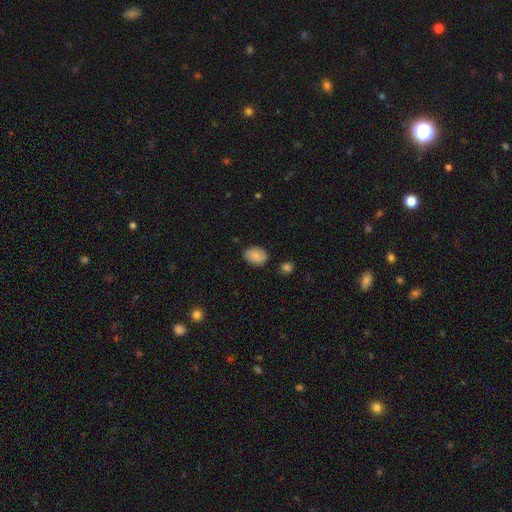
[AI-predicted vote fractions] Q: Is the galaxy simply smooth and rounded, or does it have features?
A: smooth — 85%.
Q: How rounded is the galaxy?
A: in between — 77%.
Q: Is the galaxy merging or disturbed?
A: none — 82%.